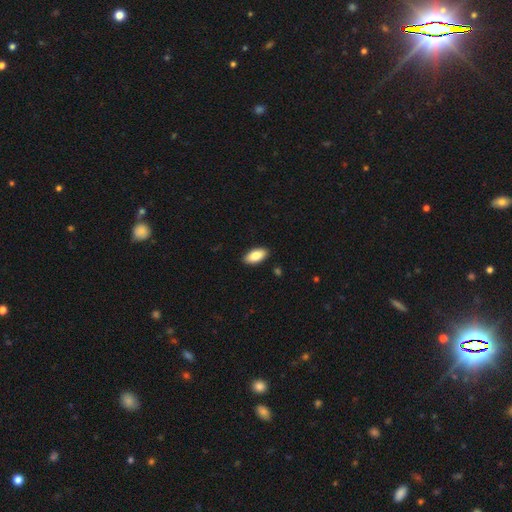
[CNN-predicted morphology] Smooth or featured? Predicted: smooth (p=0.84). How rounded? Predicted: in between (p=0.92). Merging? Predicted: none (p=0.90).